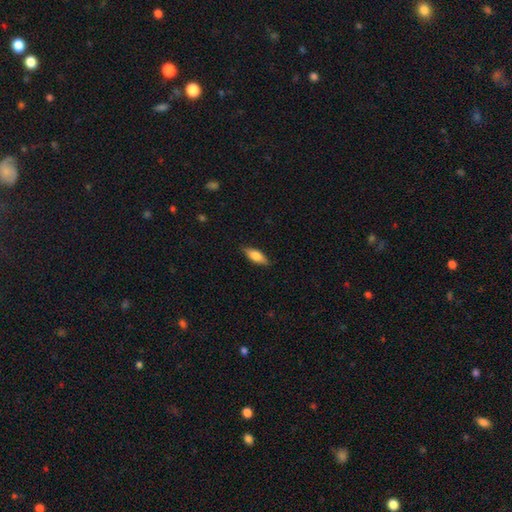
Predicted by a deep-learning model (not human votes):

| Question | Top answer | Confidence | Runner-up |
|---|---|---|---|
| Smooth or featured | smooth | 77% | featured or disk (17%) |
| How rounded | in between | 73% | cigar-shaped (25%) |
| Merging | none | 85% | minor disturbance (12%) |